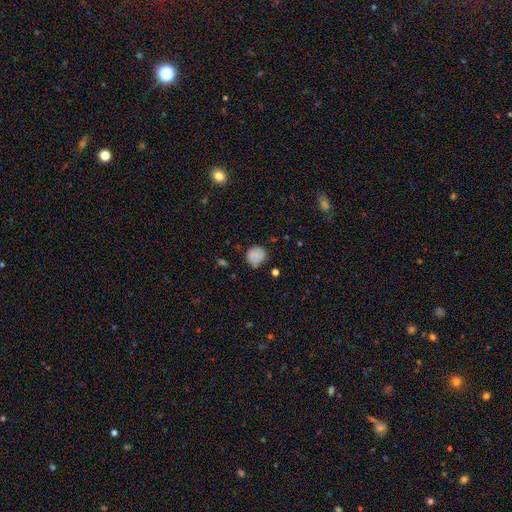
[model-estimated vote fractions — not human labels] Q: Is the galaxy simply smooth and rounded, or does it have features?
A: smooth — 82%.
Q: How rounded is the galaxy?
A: round — 84%.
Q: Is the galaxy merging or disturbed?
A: none — 71%.